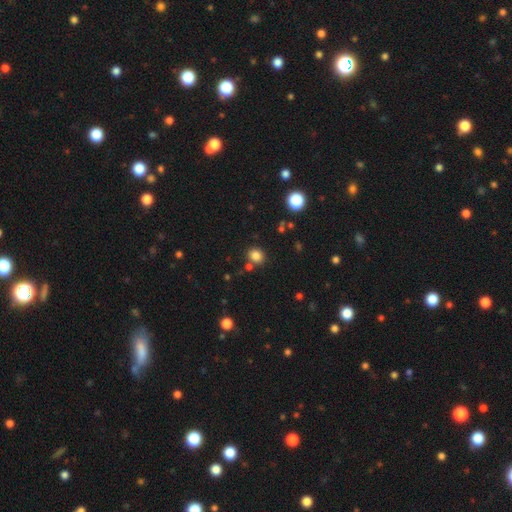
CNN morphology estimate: A smooth galaxy with no disk features (82%) that is round (70%). Merging: none (78%).